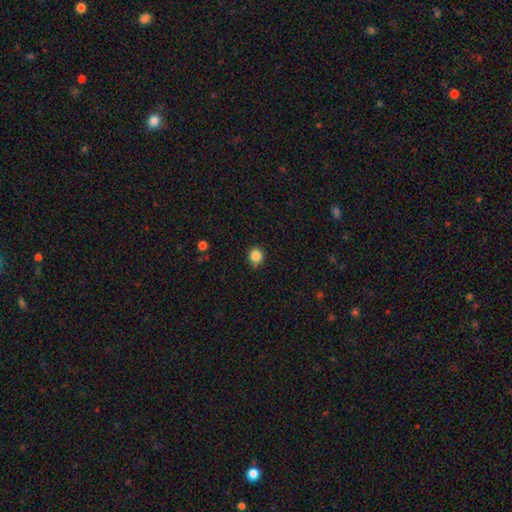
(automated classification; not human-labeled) Smooth or featured? Predicted: smooth (p=0.86). How rounded? Predicted: round (p=0.91). Merging? Predicted: none (p=0.88).